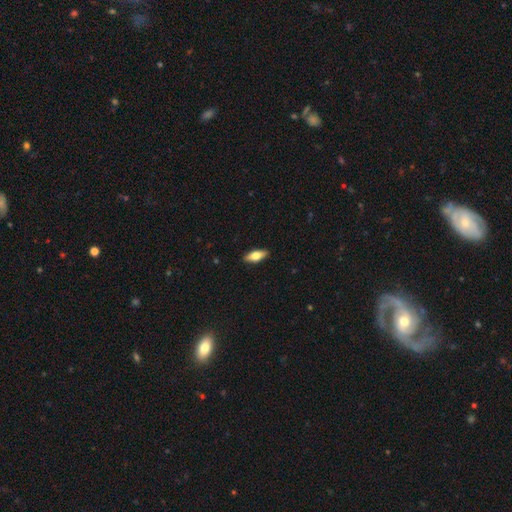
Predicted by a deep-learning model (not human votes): This is likely a smooth galaxy (61%). How rounded: likely in between (72%). Merging: clearly none (90%).